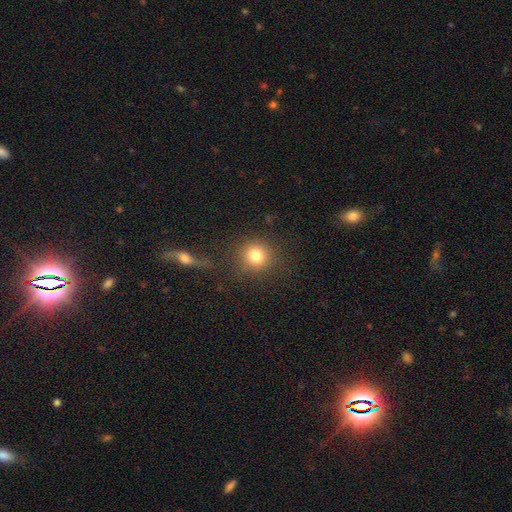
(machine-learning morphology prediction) Smooth or featured? smooth (80%)
How rounded? round (90%)
Merging? none (82%)